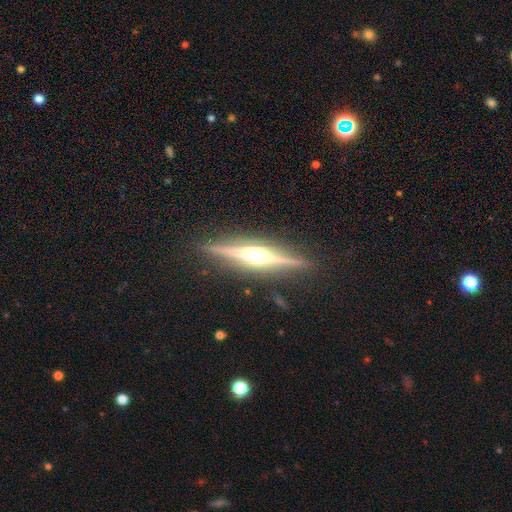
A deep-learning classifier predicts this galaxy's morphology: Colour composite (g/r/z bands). It shows a featured or disk galaxy (86%) viewed edge-on (98%) with a rounded central bulge (90%). Merging: none (89%).